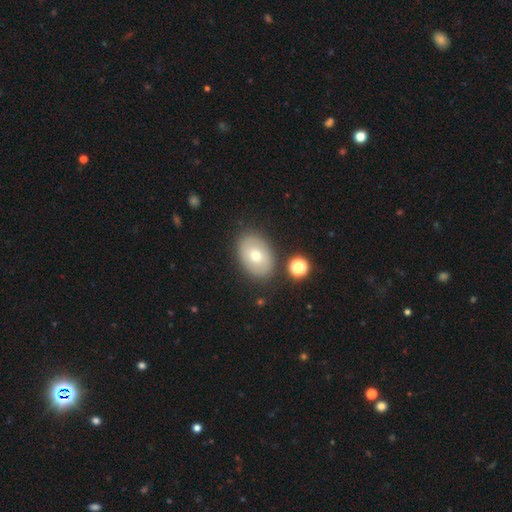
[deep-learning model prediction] Smooth or featured? smooth (63%)
How rounded? in between (75%)
Merging? none (83%)